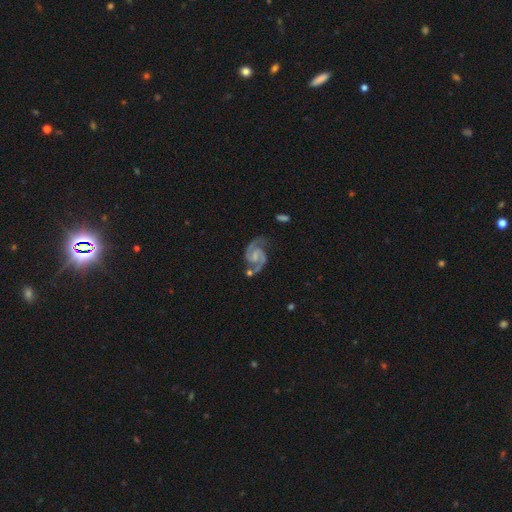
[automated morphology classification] Smooth or featured? featured or disk (92%)
Edge-on disk? no (98%)
Bar? weak (48%)
Spiral arms? yes (98%)
Spiral winding? medium (63%)
Spiral arm count? 2 (94%)
Bulge size? small (41%)
Merging? none (68%)